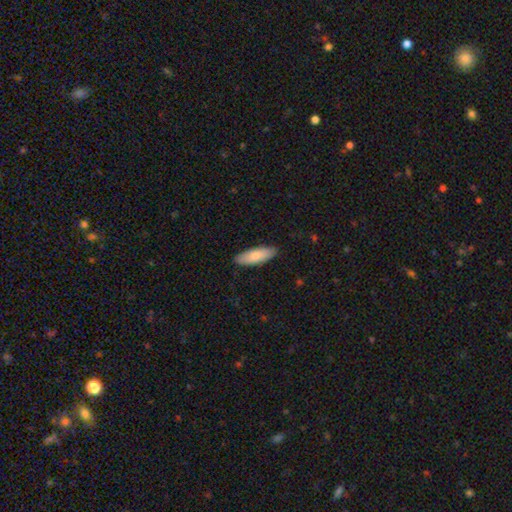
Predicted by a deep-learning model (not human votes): This is clearly a smooth galaxy (81%). How rounded: likely in between (62%). Merging: clearly none (89%).